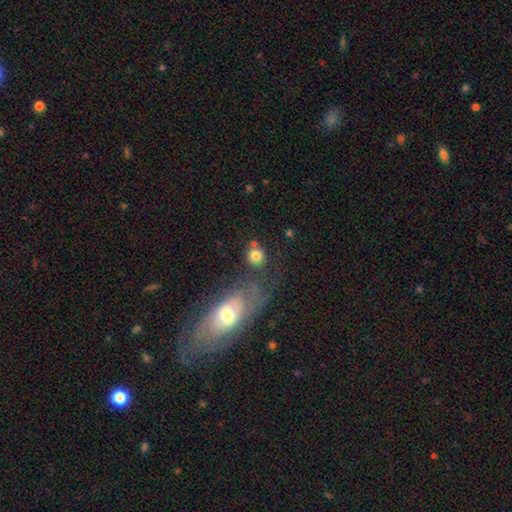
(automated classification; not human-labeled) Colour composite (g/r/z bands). It shows a smooth galaxy with no disk features (80%) that is round (83%). Merging: none (61%).